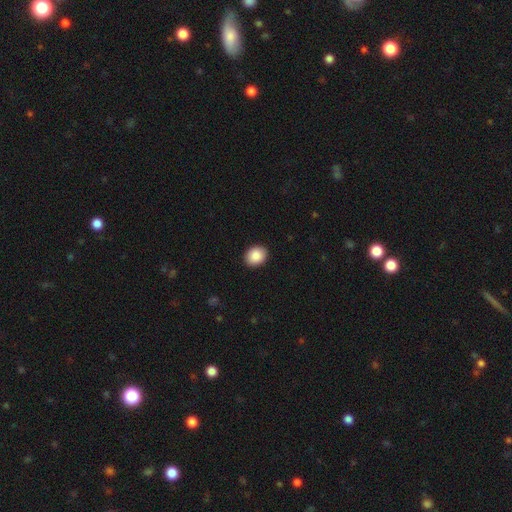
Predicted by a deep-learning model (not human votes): Smooth or featured: smooth — 89% (star or artifact — 7%)
How rounded: round — 57% (in between — 42%)
Merging: none — 91% (minor disturbance — 6%)